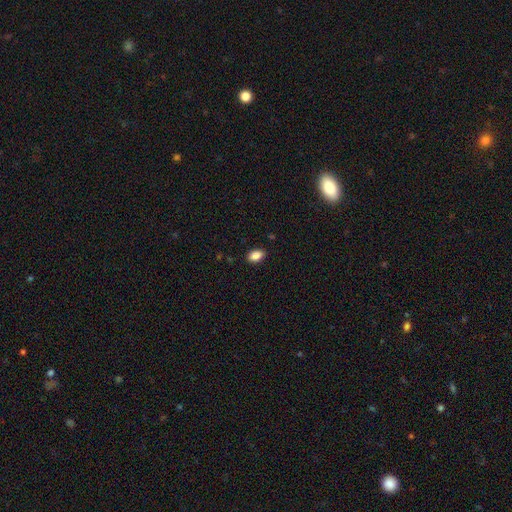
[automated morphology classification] The model was most divided on "smooth or featured": smooth: 87%, star or artifact: 8%, featured or disk: 5%. More confident: how rounded — in between (89%); merging — none (89%).